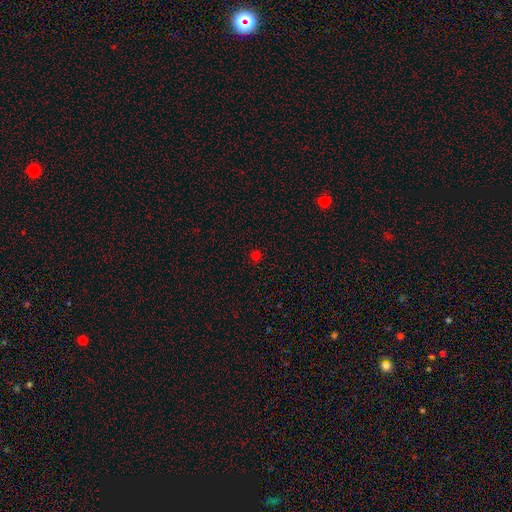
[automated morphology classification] A smooth galaxy with no disk features (69%) that is round (91%).

Vote fractions:
- Smooth or featured? smooth: 69% / star or artifact: 27% / featured or disk: 4%
- How rounded? round: 91% / in between: 8% / cigar-shaped: 1%
- Merging? none: 89% / minor disturbance: 7% / major disturbance: 3% / merger: 2%